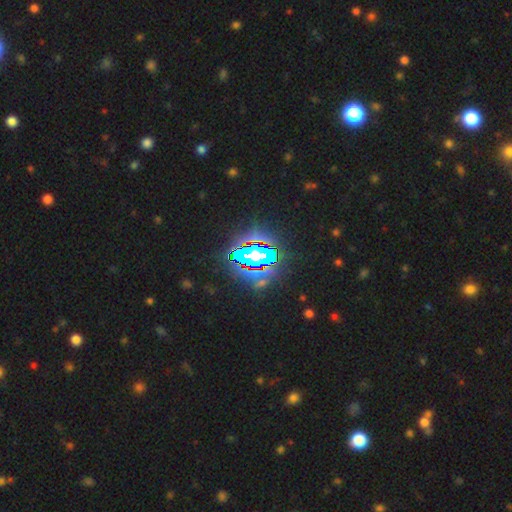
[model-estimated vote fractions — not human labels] The model was most divided on "smooth or featured": star or artifact: 69%, smooth: 15%, featured or disk: 15%.